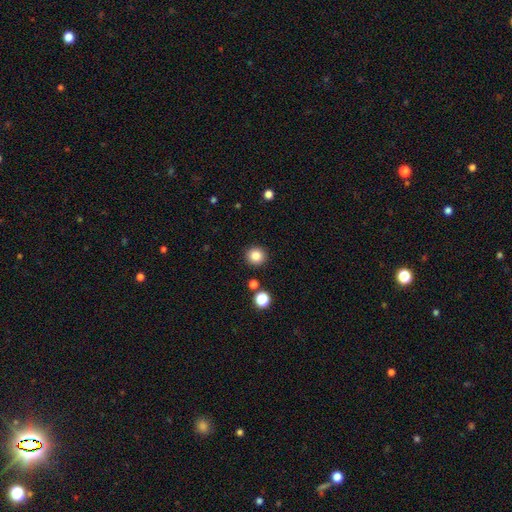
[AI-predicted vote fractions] This is clearly a smooth galaxy (84%). How rounded: clearly round (94%). Merging: clearly none (91%).